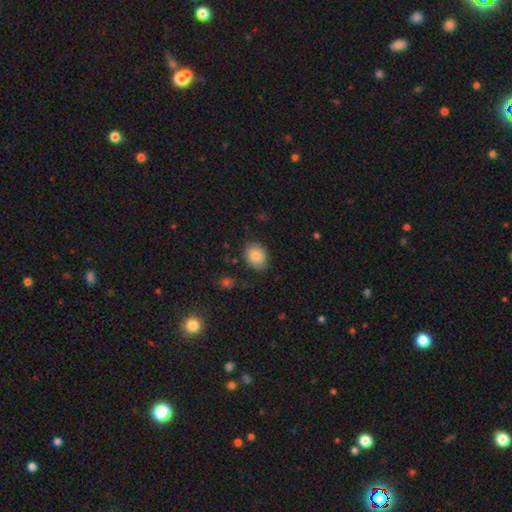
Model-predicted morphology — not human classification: Smooth or featured? Predicted: smooth (p=0.83). How rounded? Predicted: in between (p=0.59). Merging? Predicted: none (p=0.83).